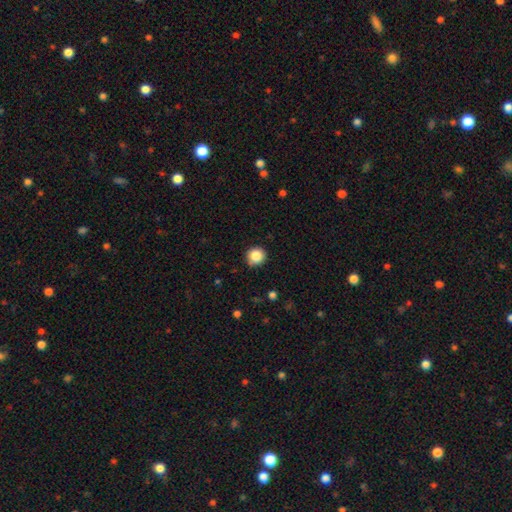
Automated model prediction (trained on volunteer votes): smooth-or-featured: smooth: 86% | star or artifact: 10% | featured or disk: 4%
  how-rounded: round: 94% | in between: 5% | cigar-shaped: 1%
  merging: none: 89% | minor disturbance: 8% | major disturbance: 2% | merger: 1%